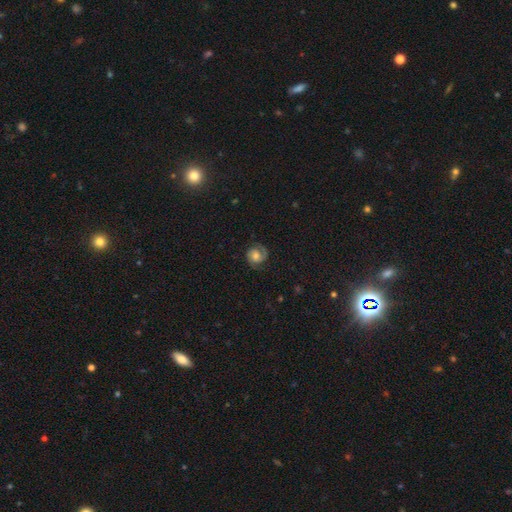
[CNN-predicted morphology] A featured or disk galaxy (64%) with no bar (68%), 2 (72%) tight (48%) spiral arms (92%) and a moderate central bulge (56%). Merging: none (74%).